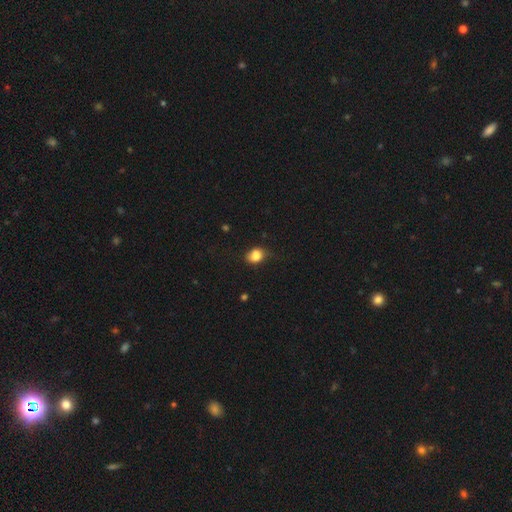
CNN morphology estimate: smooth-or-featured: smooth: 82% | star or artifact: 10% | featured or disk: 8%
  how-rounded: in between: 52% | round: 47% | cigar-shaped: 1%
  merging: none: 55% | minor disturbance: 30% | major disturbance: 9% | merger: 6%